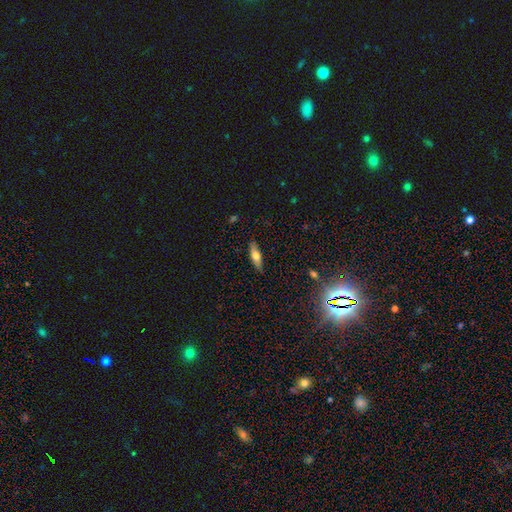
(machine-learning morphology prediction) The model was most divided on "smooth or featured": smooth: 52%, featured or disk: 41%, star or artifact: 7%. More confident: merging — none (87%); how rounded — cigar-shaped (58%).